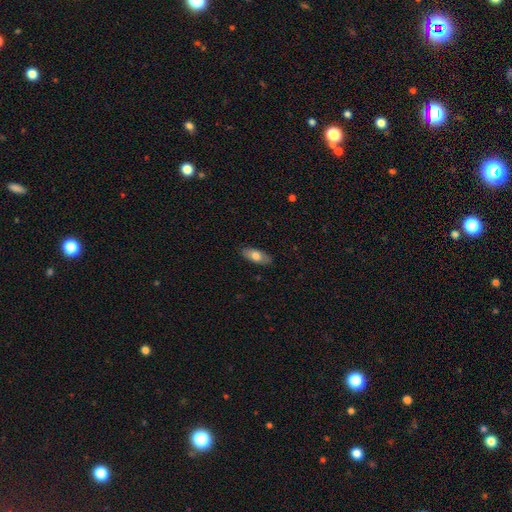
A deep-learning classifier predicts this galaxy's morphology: Smooth or featured?
  - smooth: 73% *
  - featured or disk: 21%
  - star or artifact: 6%
How rounded?
  - in between: 83% *
  - cigar-shaped: 14%
  - round: 3%
Merging?
  - none: 86% *
  - minor disturbance: 11%
  - major disturbance: 2%
  - merger: 1%